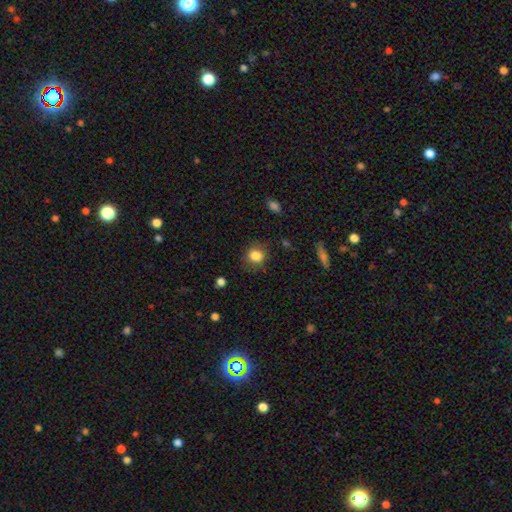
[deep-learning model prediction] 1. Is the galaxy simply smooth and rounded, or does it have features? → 84% smooth, 10% star or artifact, 6% featured or disk.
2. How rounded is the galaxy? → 79% round, 20% in between, 1% cigar-shaped.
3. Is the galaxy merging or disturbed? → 79% none, 15% minor disturbance, 5% major disturbance, 1% merger.